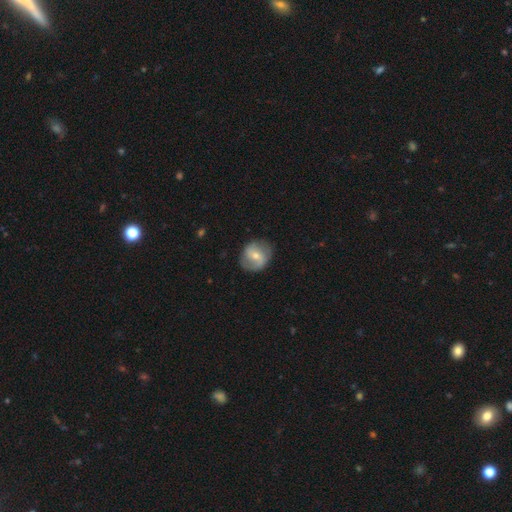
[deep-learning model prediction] Morphology: type=featured or disk (58%); edge-on=no (97%); bar=weak (45%); spiral arms=yes (77%); bulge=moderate (52%); merging=none (78%).